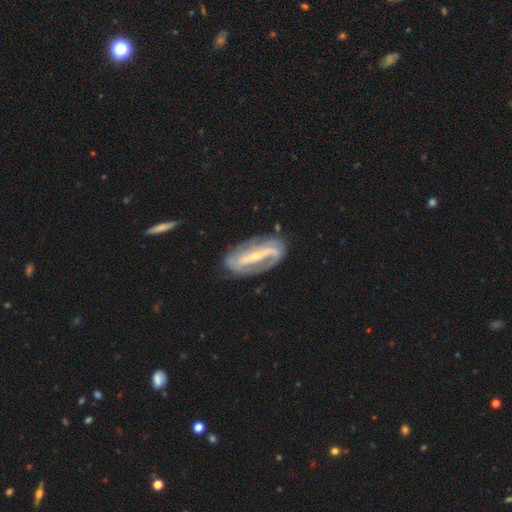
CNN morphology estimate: Smooth or featured?
  - featured or disk: 86% *
  - smooth: 9%
  - star or artifact: 5%
Edge-on disk?
  - no: 92% *
  - yes: 8%
Bar?
  - strong: 68% *
  - weak: 20%
  - no: 12%
Spiral arms?
  - yes: 90% *
  - no: 10%
Spiral winding?
  - medium: 39% *
  - tight: 34%
  - loose: 27%
Spiral arm count?
  - 2: 81% *
  - can't tell: 9%
  - 1: 5%
  - 3: 2%
  - 4: 1%
  - more than 4: 1%
Bulge size?
  - small: 69% *
  - moderate: 27%
  - large: 2%
  - none: 1%
  - dominant: 1%
Merging?
  - none: 75% *
  - minor disturbance: 16%
  - major disturbance: 7%
  - merger: 2%